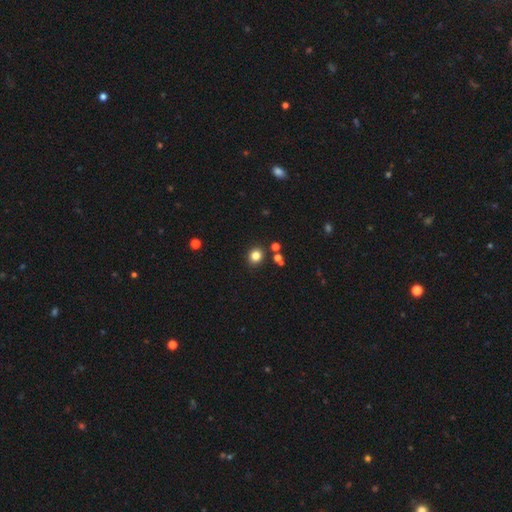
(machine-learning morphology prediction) Smooth or featured? Predicted: smooth (p=0.82). How rounded? Predicted: round (p=0.77). Merging? Predicted: none (p=0.86).